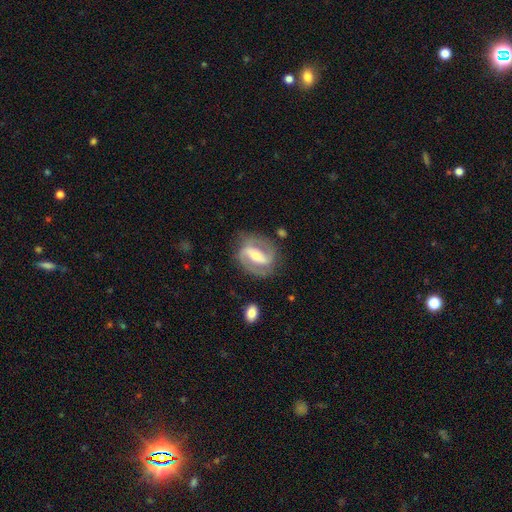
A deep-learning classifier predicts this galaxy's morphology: Smooth or featured? featured or disk (87%)
Edge-on disk? no (96%)
Bar? strong (64%)
Spiral arms? yes (93%)
Spiral winding? medium (49%)
Spiral arm count? 2 (90%)
Bulge size? moderate (54%)
Merging? none (79%)